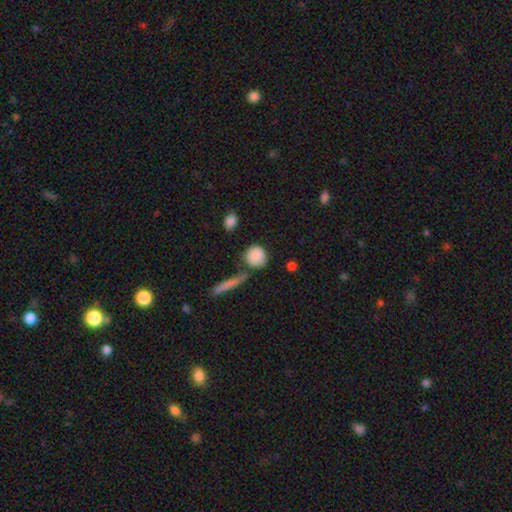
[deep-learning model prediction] Overall: smooth (85%). How rounded: round (80%). Merging: none (70%).